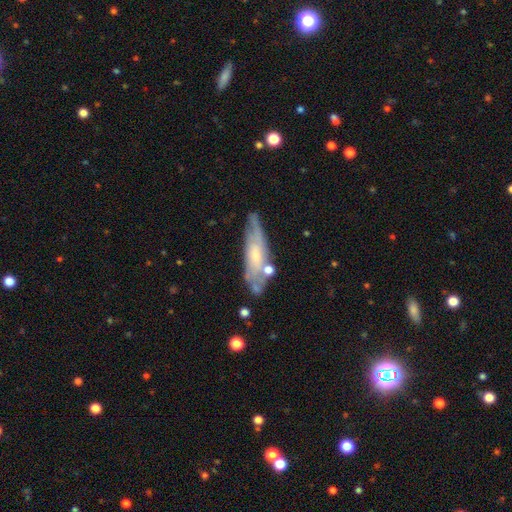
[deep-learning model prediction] Smooth or featured? featured or disk (61%)
Edge-on disk? no (66%)
Merging? none (59%)